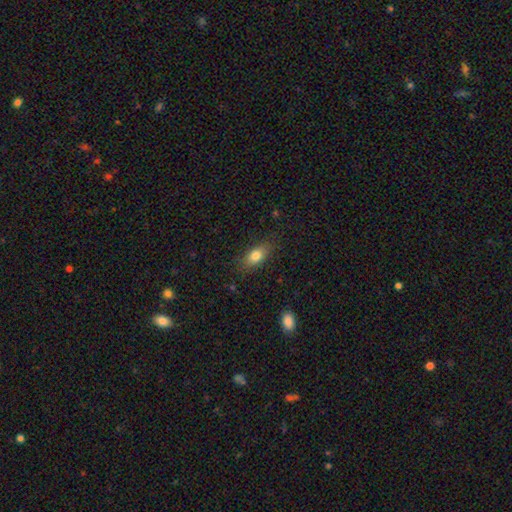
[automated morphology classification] Overall: smooth (79%). How rounded: in between (83%). Merging: none (82%).